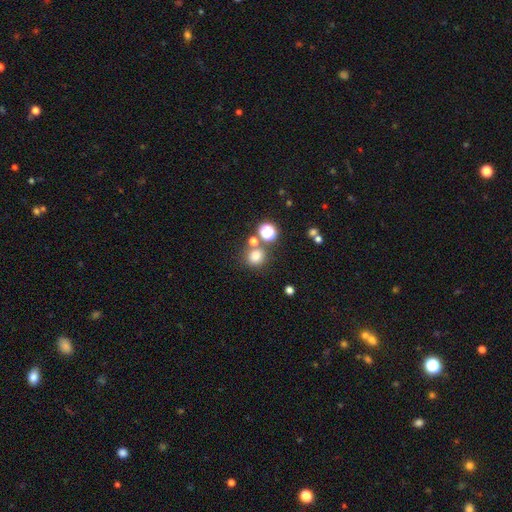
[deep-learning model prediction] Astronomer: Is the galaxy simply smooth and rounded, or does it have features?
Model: smooth — 75%.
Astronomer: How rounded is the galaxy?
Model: round — 85%.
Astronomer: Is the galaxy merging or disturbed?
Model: none — 70%.